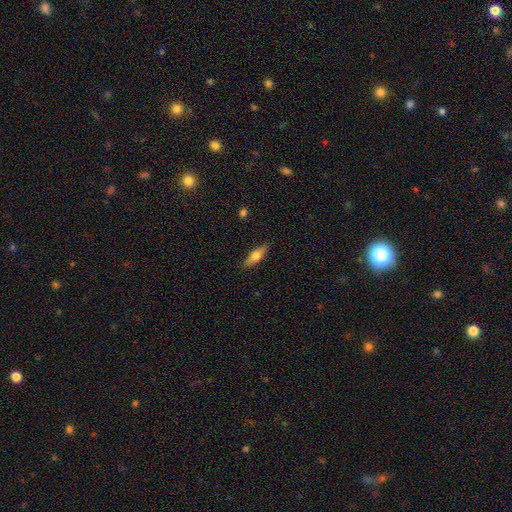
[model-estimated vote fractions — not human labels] Overall: smooth (56%; featured or disk 37%). How rounded: cigar-shaped (54%; in between 43%). Merging: none (87%).